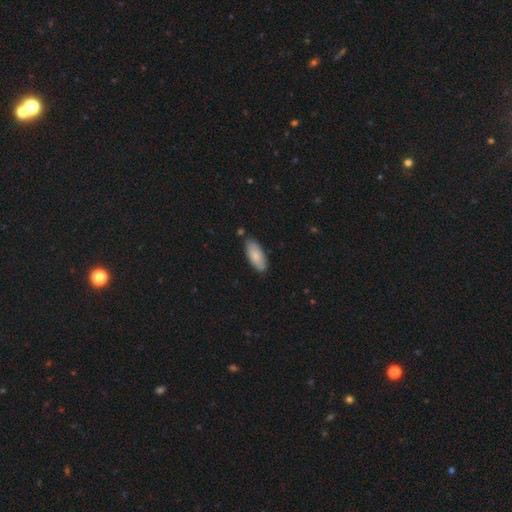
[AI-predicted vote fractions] Overall: smooth (80%). How rounded: in between (85%). Merging: none (80%).